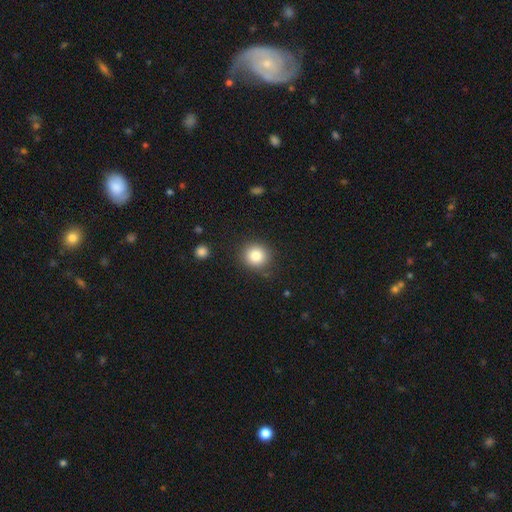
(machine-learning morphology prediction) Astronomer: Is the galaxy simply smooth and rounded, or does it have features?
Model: smooth — 84%.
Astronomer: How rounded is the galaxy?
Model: round — 89%.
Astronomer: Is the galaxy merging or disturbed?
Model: none — 85%.